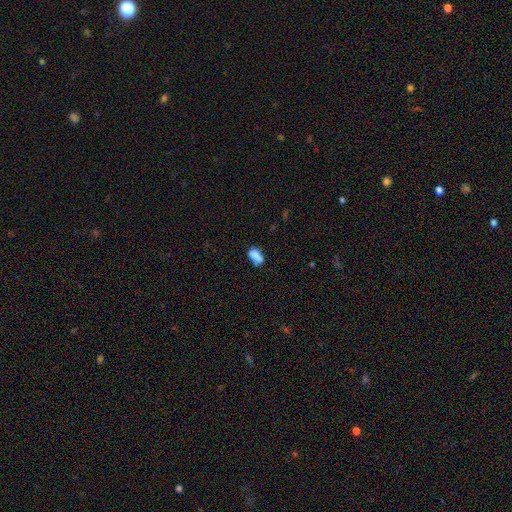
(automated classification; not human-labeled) This appears to be a smooth galaxy with no disk features (80%) that is in between round and cigar-shaped (89%). Merging: none (56%).